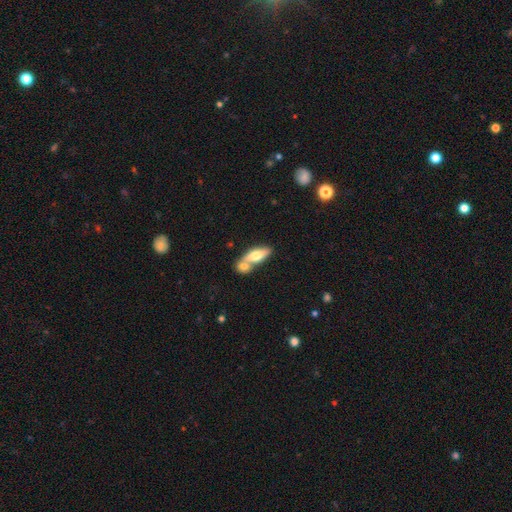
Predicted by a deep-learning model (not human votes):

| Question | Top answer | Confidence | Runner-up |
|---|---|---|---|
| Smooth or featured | smooth | 65% | featured or disk (29%) |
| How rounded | in between | 69% | cigar-shaped (27%) |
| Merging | merger | 53% | none (35%) |